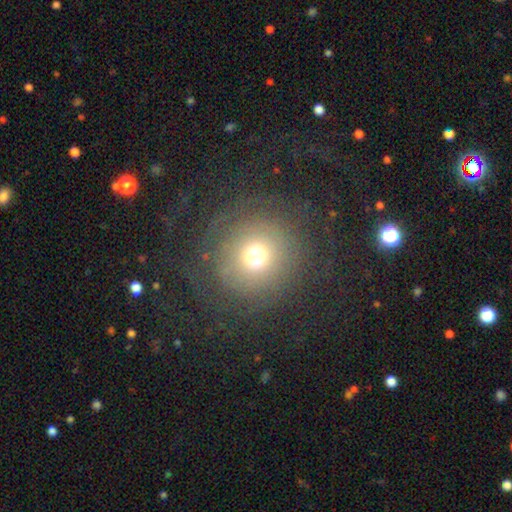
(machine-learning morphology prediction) smooth 49%, featured or disk 34%, star or artifact 17%. Down the decision tree: merging — none (72%).